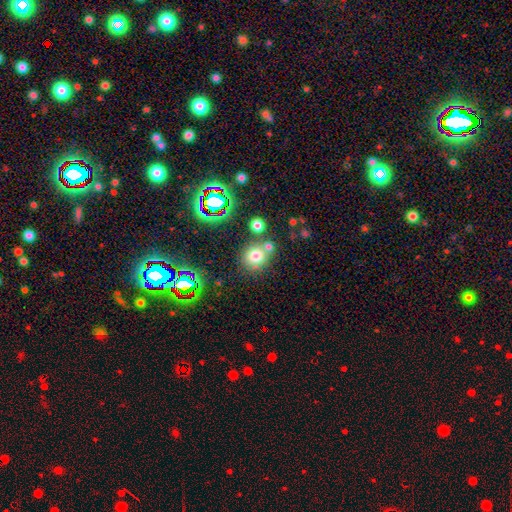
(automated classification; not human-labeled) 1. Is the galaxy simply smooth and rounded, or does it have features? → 71% smooth, 19% star or artifact, 11% featured or disk.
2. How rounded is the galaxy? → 82% round, 17% in between, 1% cigar-shaped.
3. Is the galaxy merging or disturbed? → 64% none, 21% merger, 11% minor disturbance, 4% major disturbance.